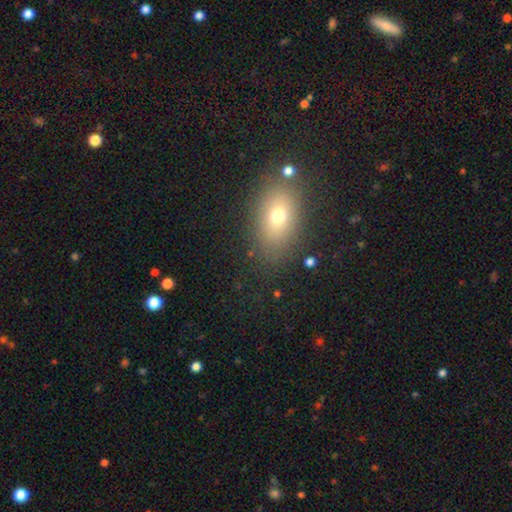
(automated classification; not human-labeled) Morphology: type=smooth (65%); roundness=in between (79%); merging=none (84%).